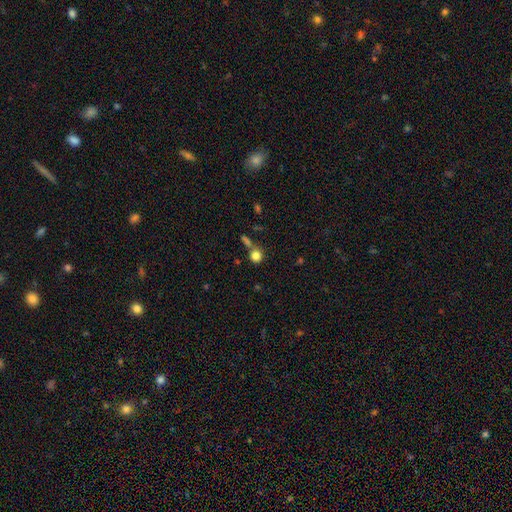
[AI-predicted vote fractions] The model was most divided on "merging": none: 63%, merger: 20%, minor disturbance: 11%, major disturbance: 5%. More confident: how rounded — round (87%); smooth or featured — smooth (82%).